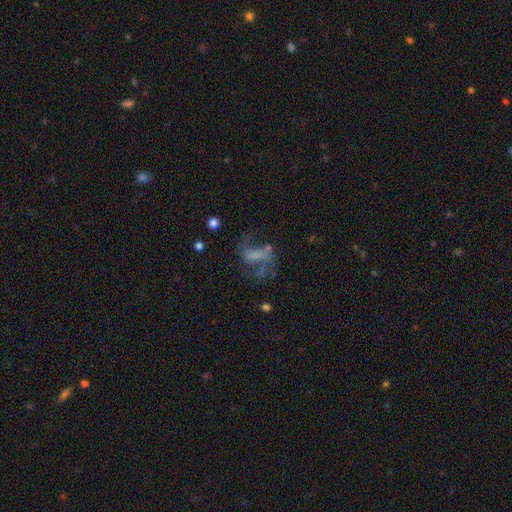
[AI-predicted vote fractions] smooth_or_featured: featured or disk (p=0.59) [alt: smooth p=0.25]
disk_edge_on: no (p=0.96) [alt: yes p=0.04]
bar: no (p=0.37) [alt: weak p=0.33]
has_spiral_arms: yes (p=0.65) [alt: no p=0.35]
bulge_size: none (p=0.62) [alt: small p=0.16]
merging: none (p=0.40) [alt: major disturbance p=0.35]